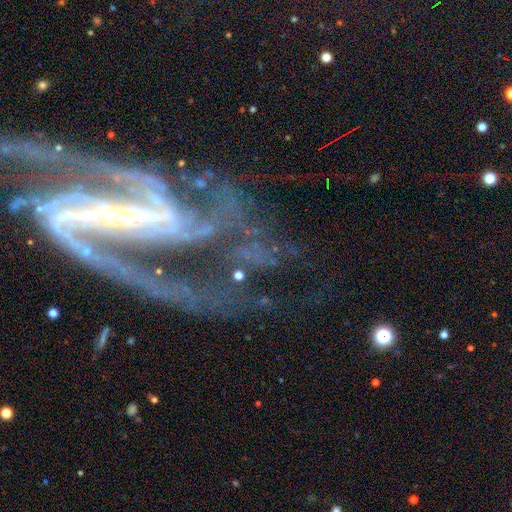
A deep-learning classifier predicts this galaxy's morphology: The model was most divided on "spiral winding": medium: 42%, loose: 36%, tight: 22%. Remaining: edge-on disk — no (95%); spiral arms — yes (90%); smooth or featured — featured or disk (84%); bulge size — small (62%); bar — strong (48%); spiral arm count — 2 (47%); merging — major disturbance (45%).